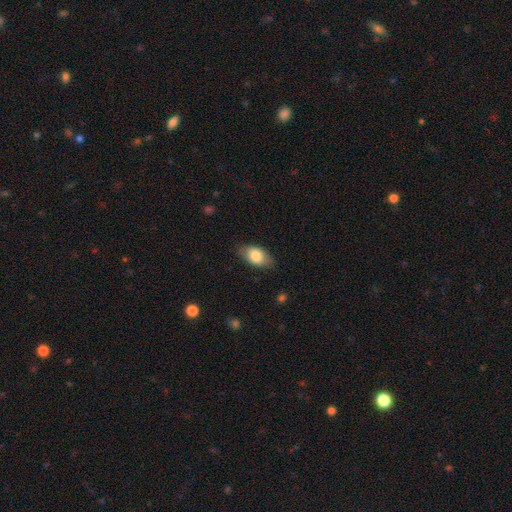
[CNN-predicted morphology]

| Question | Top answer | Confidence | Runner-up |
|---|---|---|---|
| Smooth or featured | smooth | 80% | featured or disk (13%) |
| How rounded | in between | 92% | round (5%) |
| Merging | none | 80% | minor disturbance (16%) |